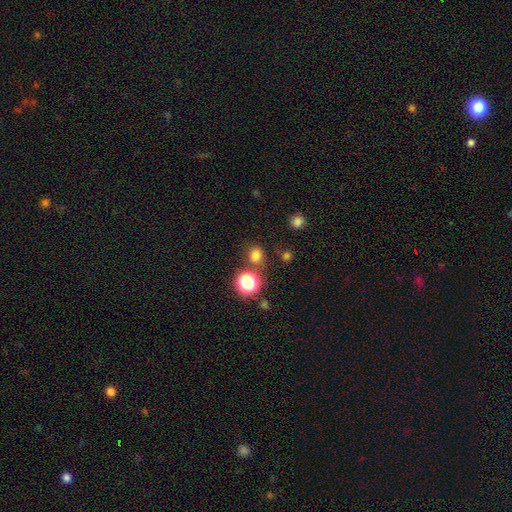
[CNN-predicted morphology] A smooth galaxy with no disk features (73%) that is round (73%).

Vote fractions:
- Smooth or featured? smooth: 73% / star or artifact: 22% / featured or disk: 6%
- How rounded? round: 73% / in between: 26% / cigar-shaped: 1%
- Merging? none: 76% / minor disturbance: 11% / merger: 9% / major disturbance: 4%